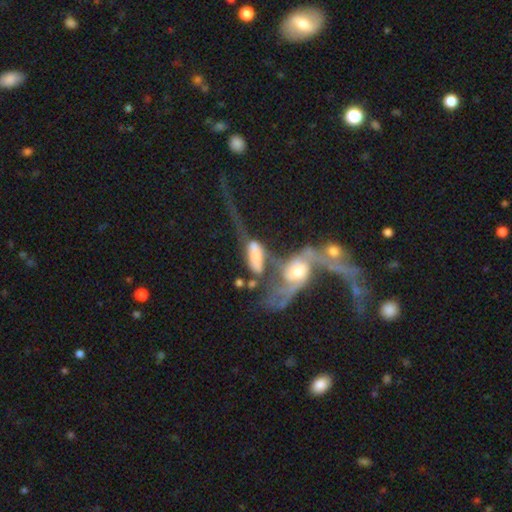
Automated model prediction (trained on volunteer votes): smooth_or_featured: featured or disk (p=0.53) [alt: smooth p=0.38]
disk_edge_on: no (p=0.81) [alt: yes p=0.19]
merging: merger (p=0.65) [alt: major disturbance p=0.18]